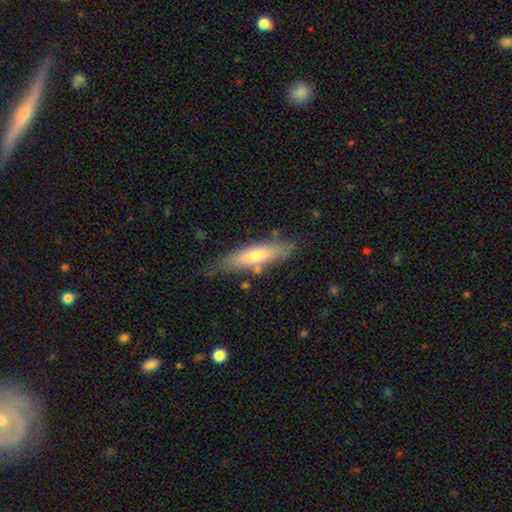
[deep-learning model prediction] Q: Smooth or featured?
A: smooth (59%); runner-up: featured or disk (34%)
Q: How rounded?
A: cigar-shaped (64%); runner-up: in between (34%)
Q: Merging?
A: none (75%); runner-up: minor disturbance (17%)